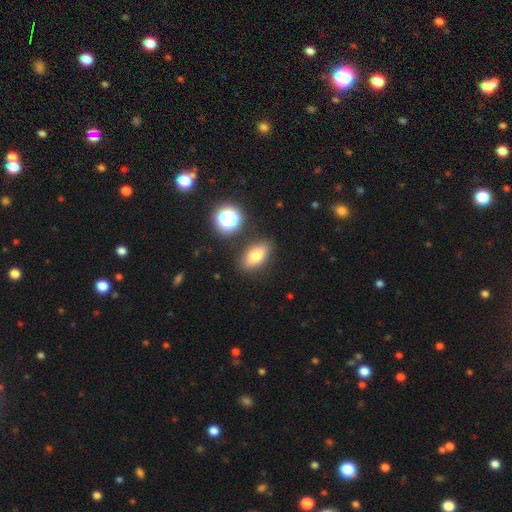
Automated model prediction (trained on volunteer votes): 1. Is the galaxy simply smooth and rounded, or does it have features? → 75% smooth, 14% featured or disk, 11% star or artifact.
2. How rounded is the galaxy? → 80% in between, 11% cigar-shaped, 9% round.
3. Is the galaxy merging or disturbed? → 83% none, 10% minor disturbance, 3% merger, 3% major disturbance.